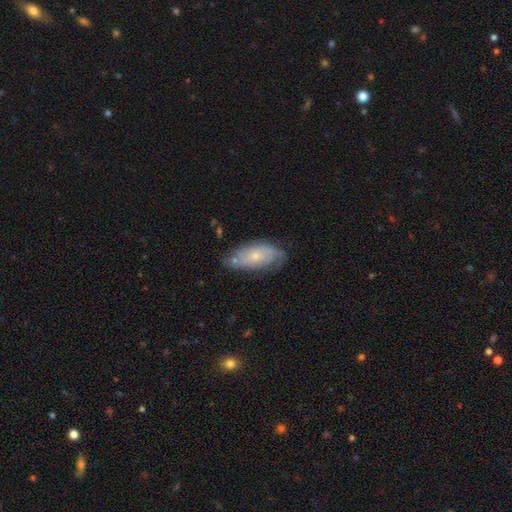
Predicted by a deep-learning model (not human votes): Smooth or featured?
  - featured or disk: 50% *
  - smooth: 42%
  - star or artifact: 7%
Edge-on disk?
  - no: 89% *
  - yes: 11%
Merging?
  - none: 62% *
  - minor disturbance: 27%
  - major disturbance: 7%
  - merger: 4%